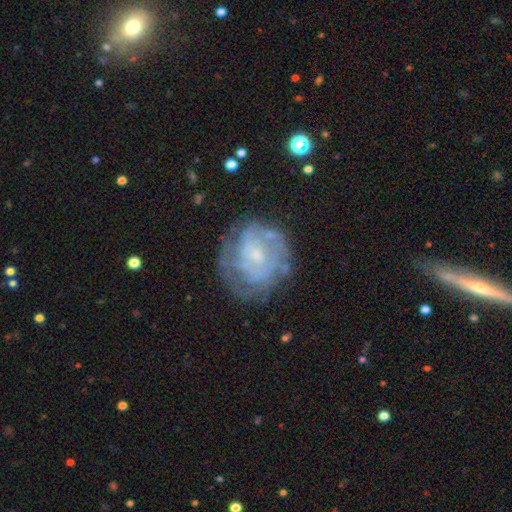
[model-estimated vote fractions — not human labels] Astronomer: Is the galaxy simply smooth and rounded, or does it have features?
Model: featured or disk — 73%.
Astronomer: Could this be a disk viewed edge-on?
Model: no — 97%.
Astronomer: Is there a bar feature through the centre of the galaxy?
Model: no — 67%.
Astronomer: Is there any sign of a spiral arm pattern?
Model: yes — 72%.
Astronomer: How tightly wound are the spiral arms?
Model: tight — 61%.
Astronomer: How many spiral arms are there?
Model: can't tell — 56%.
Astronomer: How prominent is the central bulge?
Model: small — 62%.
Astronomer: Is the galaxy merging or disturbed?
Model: none — 66%.